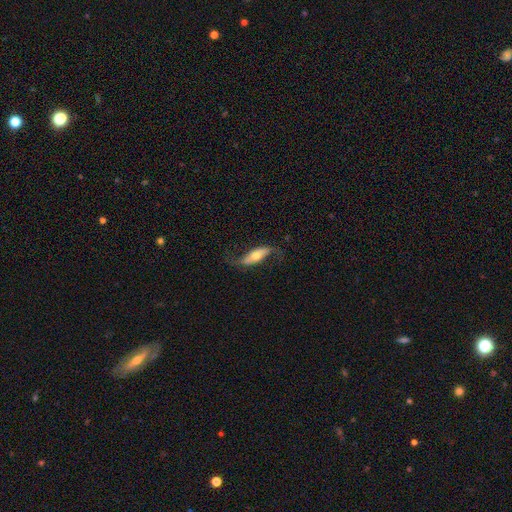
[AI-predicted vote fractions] smooth_or_featured: featured or disk (p=0.69) [alt: smooth p=0.25]
disk_edge_on: no (p=0.77) [alt: yes p=0.23]
bar: no (p=0.47) [alt: strong p=0.29]
has_spiral_arms: yes (p=0.88) [alt: no p=0.12]
bulge_size: moderate (p=0.62) [alt: small p=0.25]
merging: none (p=0.69) [alt: minor disturbance p=0.18]